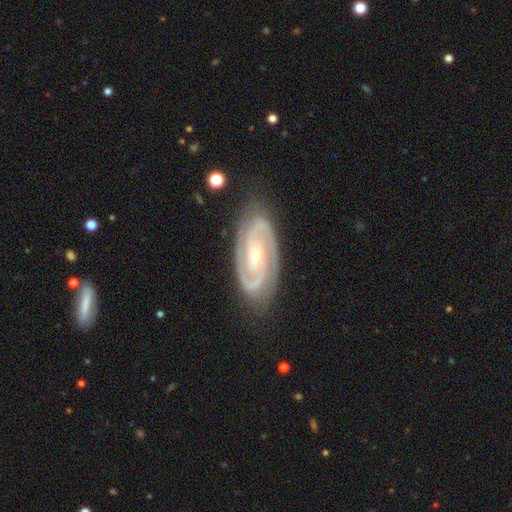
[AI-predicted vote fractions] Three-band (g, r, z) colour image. It shows a featured or disk galaxy (92%) with no bar (44%), 2 (90%) tight (64%) spiral arms (99%) and a small central bulge (66%). Merging: none (83%).